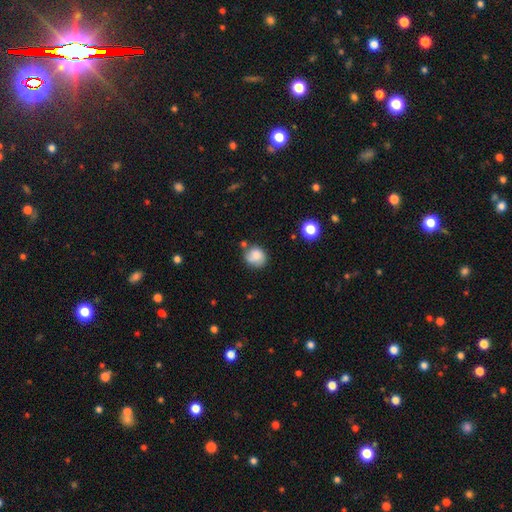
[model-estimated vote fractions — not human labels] smooth 78%, featured or disk 12%, star or artifact 10%. Down the decision tree: how rounded — round (81%); merging — none (62%).